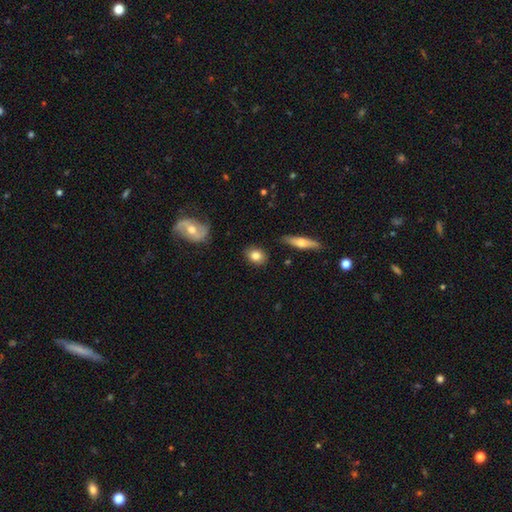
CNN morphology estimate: A smooth galaxy with no disk features (80%) that is in between round and cigar-shaped (52%). Merging: none (85%).